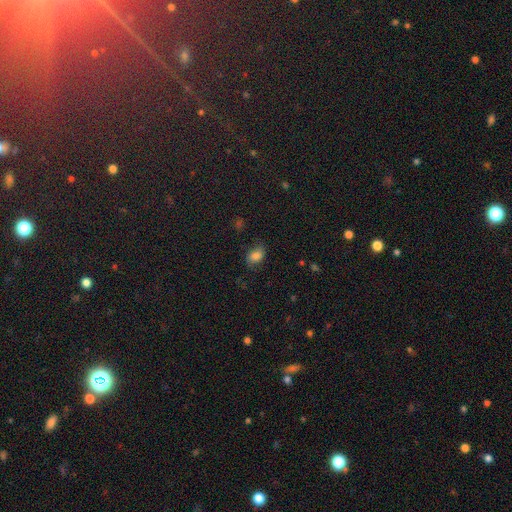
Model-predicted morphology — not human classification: This appears to be a smooth galaxy with no disk features (74%) that is in between round and cigar-shaped (77%). Merging: none (67%).